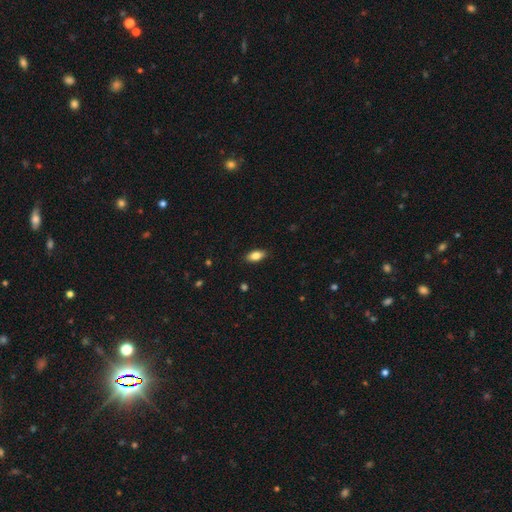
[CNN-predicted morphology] Q: Smooth or featured?
A: smooth (82%); runner-up: featured or disk (10%)
Q: How rounded?
A: in between (89%); runner-up: cigar-shaped (7%)
Q: Merging?
A: none (88%); runner-up: minor disturbance (9%)